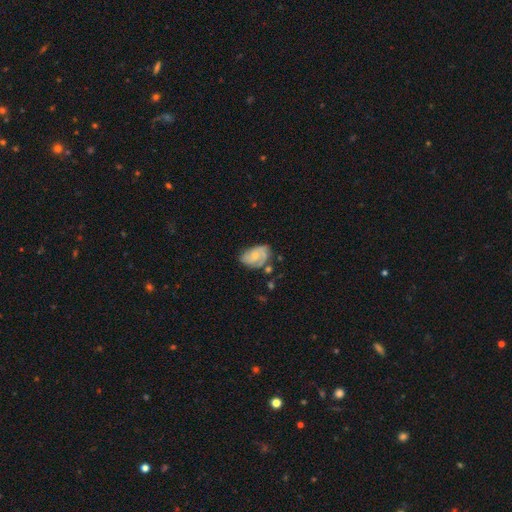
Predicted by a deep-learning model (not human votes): smooth_or_featured: featured or disk (p=0.61) [alt: smooth p=0.32]
disk_edge_on: no (p=0.97) [alt: yes p=0.03]
bar: no (p=0.75) [alt: weak p=0.22]
has_spiral_arms: yes (p=0.82) [alt: no p=0.18]
bulge_size: small (p=0.60) [alt: moderate p=0.33]
merging: none (p=0.47) [alt: minor disturbance p=0.32]